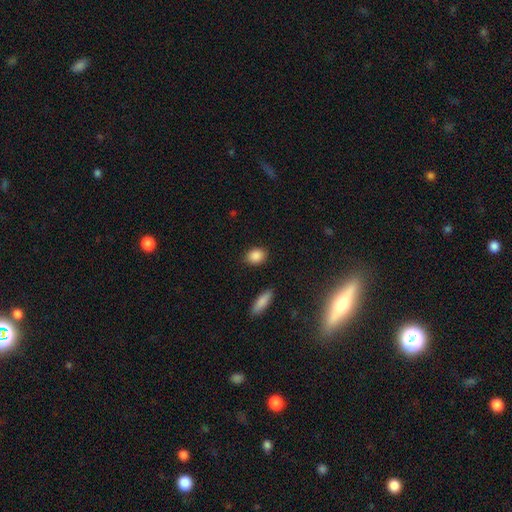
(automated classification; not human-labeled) Smooth or featured? Predicted: smooth (p=0.88). How rounded? Predicted: in between (p=0.58). Merging? Predicted: none (p=0.87).